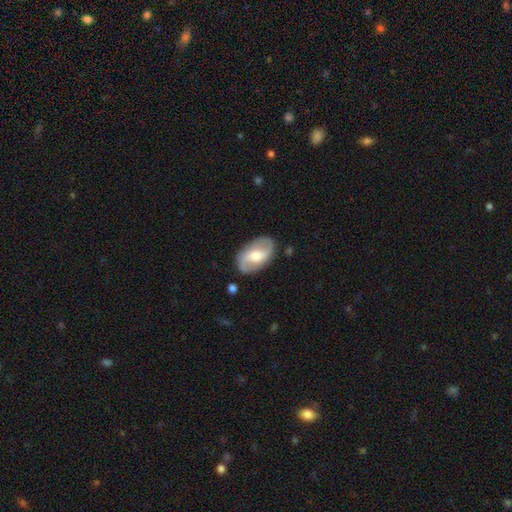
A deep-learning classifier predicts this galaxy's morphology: Q: Smooth or featured?
A: featured or disk (73%); runner-up: smooth (22%)
Q: Edge-on disk?
A: no (96%); runner-up: yes (4%)
Q: Bar?
A: weak (44%); runner-up: no (35%)
Q: Spiral arms?
A: yes (87%); runner-up: no (13%)
Q: Spiral winding?
A: loose (48%); runner-up: medium (37%)
Q: Spiral arm count?
A: 2 (90%); runner-up: can't tell (5%)
Q: Bulge size?
A: moderate (63%); runner-up: small (28%)
Q: Merging?
A: none (83%); runner-up: minor disturbance (12%)